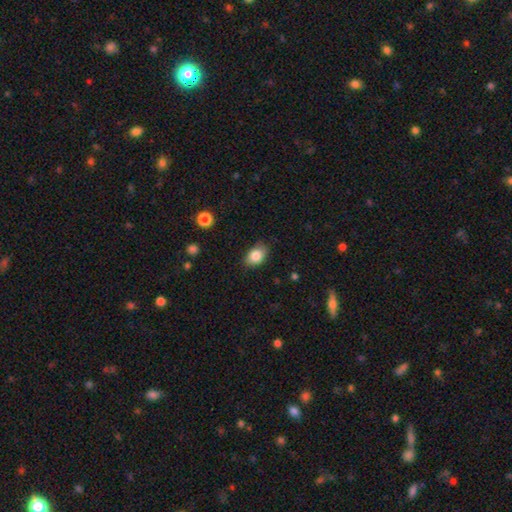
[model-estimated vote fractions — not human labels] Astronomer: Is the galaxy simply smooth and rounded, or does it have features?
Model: smooth — 84%.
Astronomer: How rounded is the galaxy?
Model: in between — 79%.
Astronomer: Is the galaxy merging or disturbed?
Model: none — 79%.